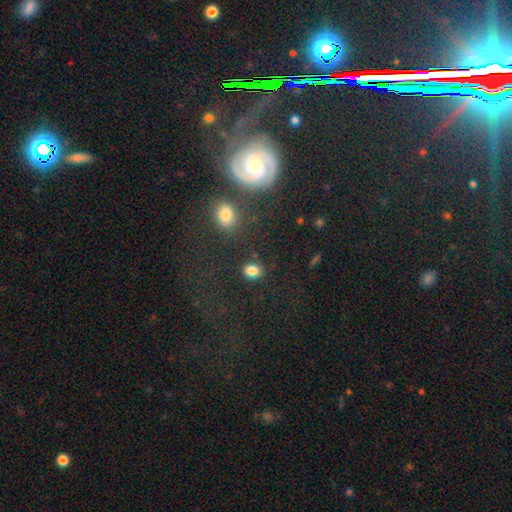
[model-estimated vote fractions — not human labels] Overall: featured or disk (39%; smooth 33%). Merging: none (51%; major disturbance 20%).